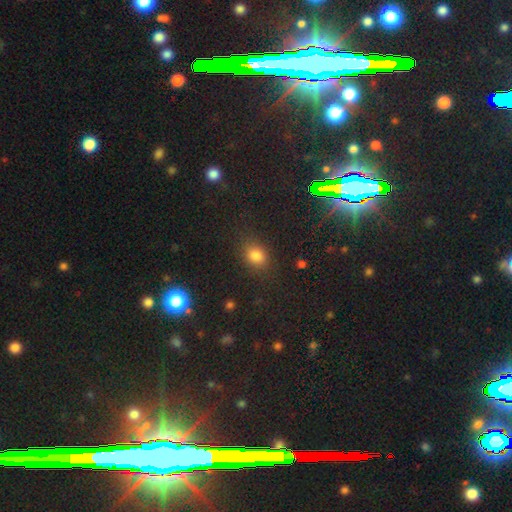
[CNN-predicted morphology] smooth 79%, star or artifact 15%, featured or disk 6%. Down the decision tree: how rounded — in between (58%); merging — none (80%).